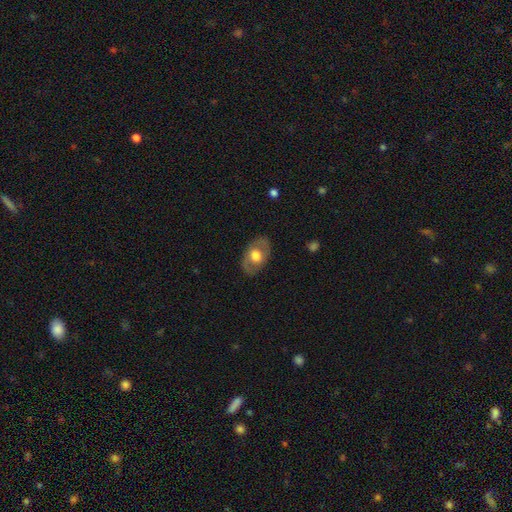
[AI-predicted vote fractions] Smooth or featured? Predicted: smooth (p=0.48). Merging? Predicted: none (p=0.81).